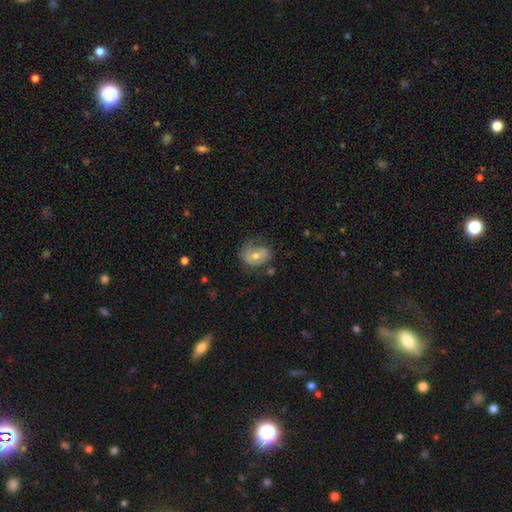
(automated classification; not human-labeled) Smooth or featured? Predicted: featured or disk (p=0.54). Edge-on disk? Predicted: no (p=0.96). Bar? Predicted: no (p=0.58). Spiral arms? Predicted: yes (p=0.71). Bulge size? Predicted: moderate (p=0.57). Merging? Predicted: none (p=0.57).